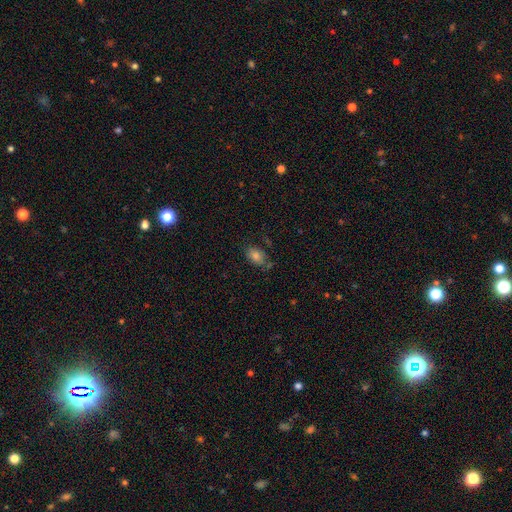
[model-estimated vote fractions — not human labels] Smooth or featured? Predicted: smooth (p=0.78). How rounded? Predicted: in between (p=0.83). Merging? Predicted: none (p=0.68).